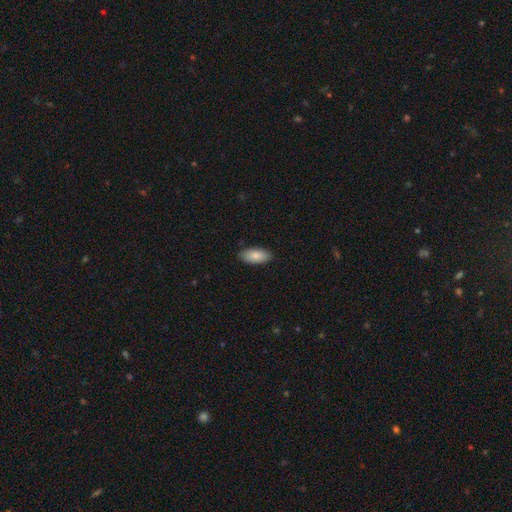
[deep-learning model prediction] A smooth galaxy with no disk features (85%) that is in between round and cigar-shaped (90%). Merging: none (88%).